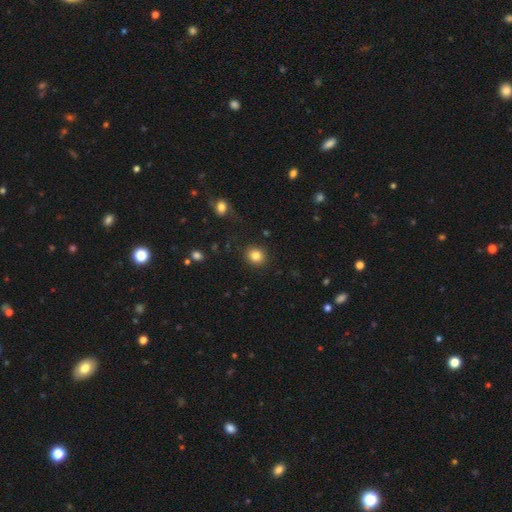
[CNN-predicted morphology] Smooth or featured? Predicted: smooth (p=0.84). How rounded? Predicted: round (p=0.84). Merging? Predicted: none (p=0.90).